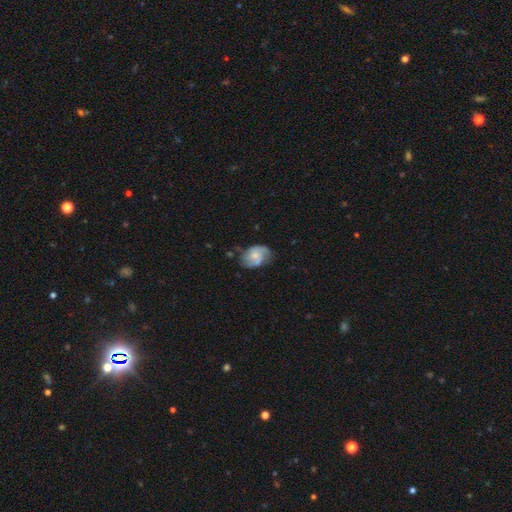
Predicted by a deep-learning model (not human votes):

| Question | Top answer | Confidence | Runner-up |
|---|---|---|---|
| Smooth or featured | featured or disk | 52% | smooth (40%) |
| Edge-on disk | no | 97% | yes (3%) |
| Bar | no | 71% | weak (25%) |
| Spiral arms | yes | 77% | no (23%) |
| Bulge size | small | 45% | moderate (43%) |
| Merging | none | 56% | minor disturbance (29%) |